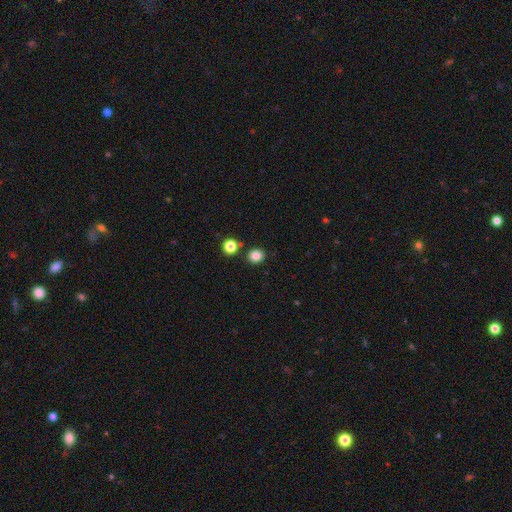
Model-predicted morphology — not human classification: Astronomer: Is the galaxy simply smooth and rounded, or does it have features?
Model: smooth — 83%.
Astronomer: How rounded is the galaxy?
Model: round — 81%.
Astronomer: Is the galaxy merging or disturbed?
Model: none — 85%.